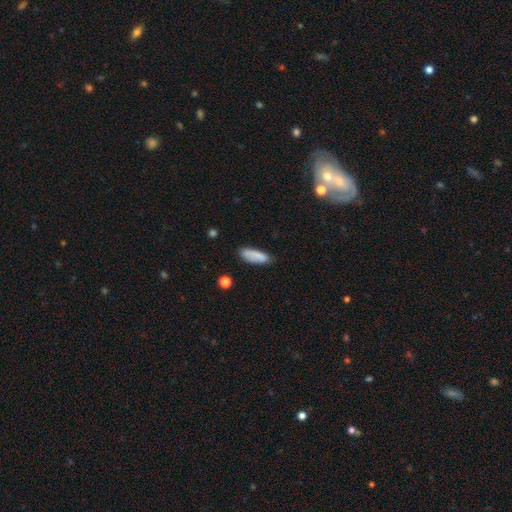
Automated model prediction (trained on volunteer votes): The model was most divided on "how rounded": in between: 59%, cigar-shaped: 39%, round: 2%. More confident: smooth or featured — smooth (82%); merging — none (73%).